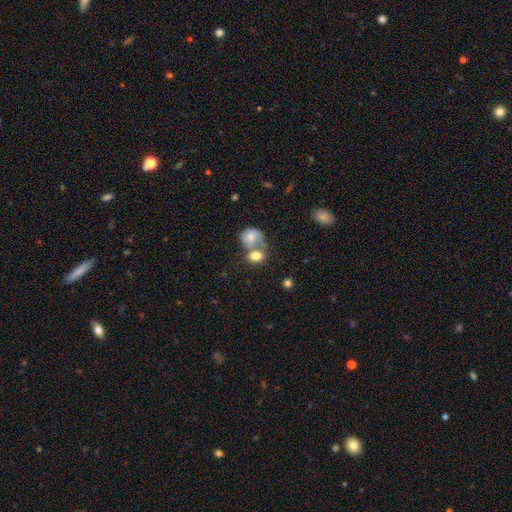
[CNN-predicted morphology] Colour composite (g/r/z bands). It shows a smooth galaxy with no disk features (77%) that is in between round and cigar-shaped (51%). Merging: merger (54%).